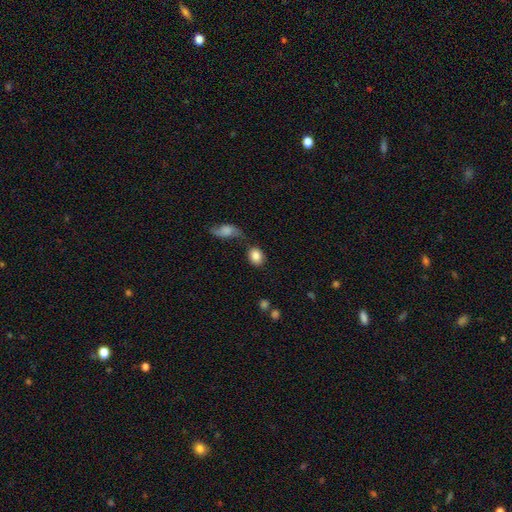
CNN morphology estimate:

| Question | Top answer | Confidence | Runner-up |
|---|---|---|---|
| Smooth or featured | smooth | 85% | featured or disk (8%) |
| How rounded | in between | 54% | round (44%) |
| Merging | none | 68% | minor disturbance (15%) |